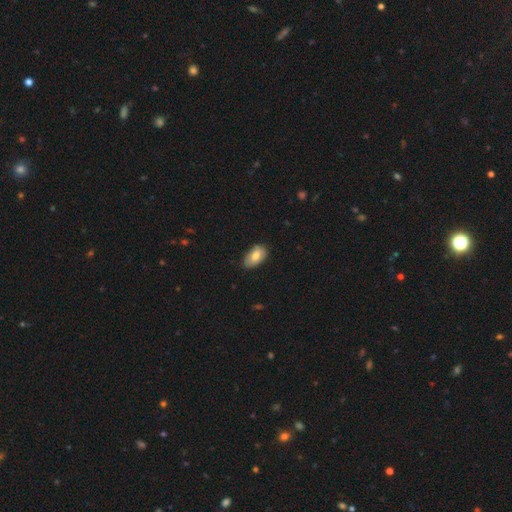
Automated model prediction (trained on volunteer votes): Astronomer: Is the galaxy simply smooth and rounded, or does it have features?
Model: smooth — 76%.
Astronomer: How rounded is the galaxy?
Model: in between — 93%.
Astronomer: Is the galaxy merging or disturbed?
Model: none — 77%.